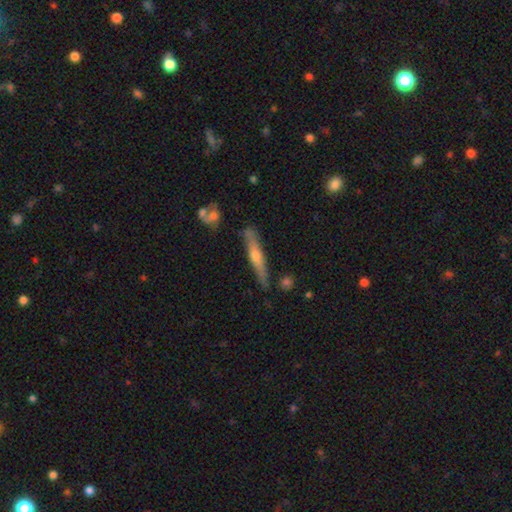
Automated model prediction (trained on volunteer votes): A featured or disk galaxy (57%) viewed edge-on (94%) with a rounded central bulge (80%). Merging: none (80%).